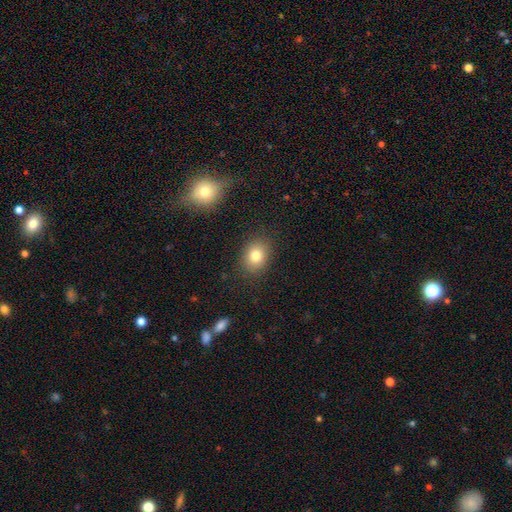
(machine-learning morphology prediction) Smooth or featured?
  - smooth: 80% *
  - star or artifact: 10%
  - featured or disk: 9%
How rounded?
  - in between: 58% *
  - round: 41%
  - cigar-shaped: 1%
Merging?
  - none: 84% *
  - minor disturbance: 10%
  - major disturbance: 3%
  - merger: 2%